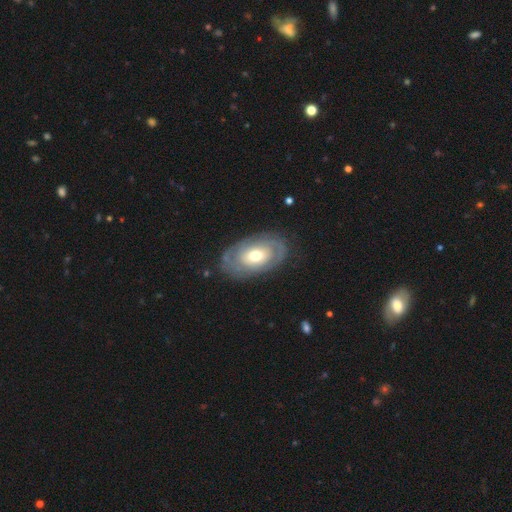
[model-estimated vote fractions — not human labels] Overall: featured or disk (66%; smooth 29%). Edge-on disk: no (93%). Bar: no (76%). Spiral arms: yes (67%; no 33%). Bulge size: moderate (65%). Merging: none (77%).